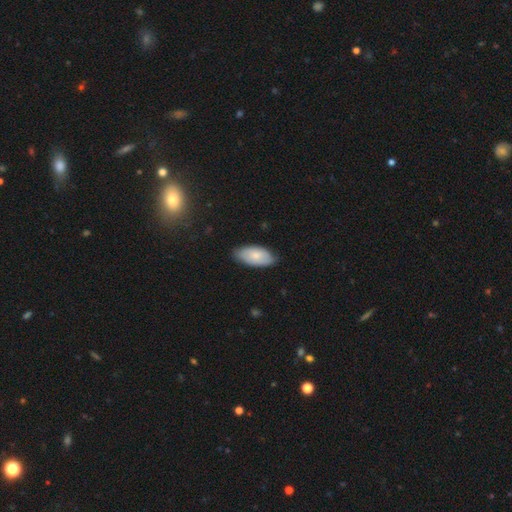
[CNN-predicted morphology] This is likely a smooth galaxy (74%). How rounded: clearly in between (94%). Merging: likely none (75%).